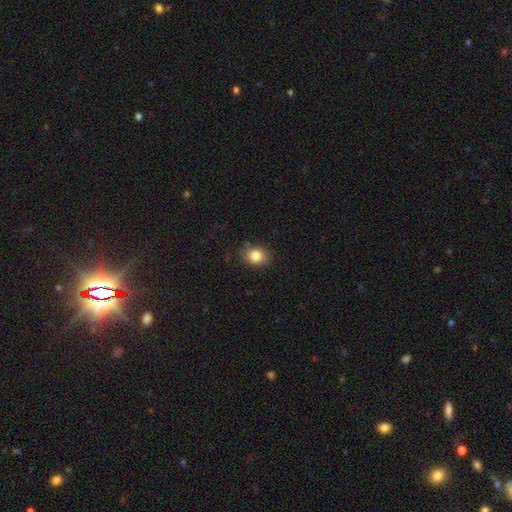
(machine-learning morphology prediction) Q: Smooth or featured?
A: smooth (83%); runner-up: star or artifact (10%)
Q: How rounded?
A: round (53%); runner-up: in between (46%)
Q: Merging?
A: none (80%); runner-up: minor disturbance (15%)